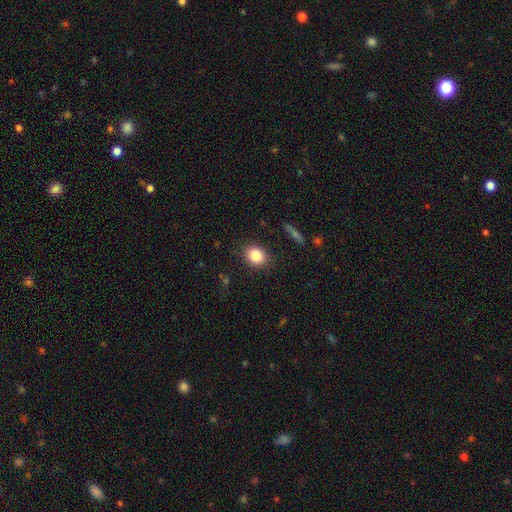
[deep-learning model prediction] This is clearly a smooth galaxy (83%). How rounded: possibly round (58%). Merging: clearly none (86%).